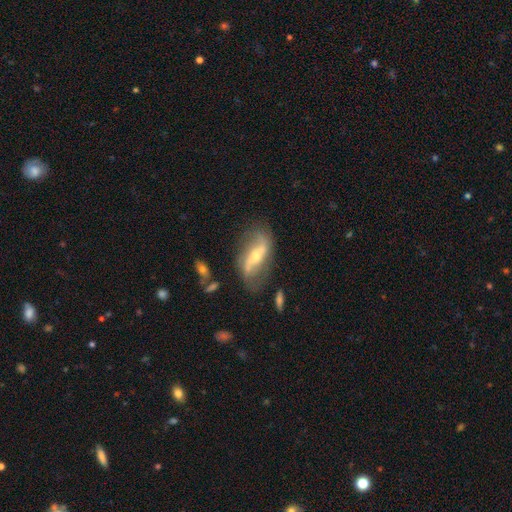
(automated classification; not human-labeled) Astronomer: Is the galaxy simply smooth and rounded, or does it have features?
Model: featured or disk — 80%.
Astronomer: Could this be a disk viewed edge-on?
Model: no — 89%.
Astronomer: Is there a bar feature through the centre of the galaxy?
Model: strong — 48% (runner-up: weak, 29%).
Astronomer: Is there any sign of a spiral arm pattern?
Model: yes — 87%.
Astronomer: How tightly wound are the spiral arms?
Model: loose — 76%.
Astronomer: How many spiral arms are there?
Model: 2 — 89%.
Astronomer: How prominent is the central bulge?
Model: small — 52% (runner-up: moderate, 43%).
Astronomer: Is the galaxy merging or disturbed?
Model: none — 71%.